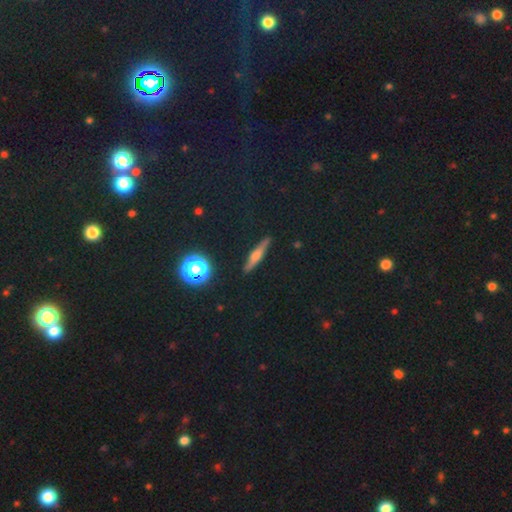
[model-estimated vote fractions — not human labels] smooth-or-featured: featured or disk: 48% | smooth: 36% | star or artifact: 16%
  merging: none: 90% | minor disturbance: 7% | major disturbance: 2% | merger: 1%